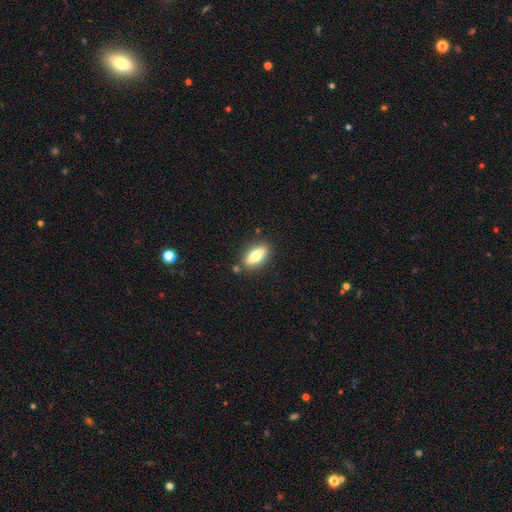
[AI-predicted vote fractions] The model was most divided on "smooth or featured": smooth: 71%, featured or disk: 22%, star or artifact: 7%. More confident: merging — none (82%); how rounded — in between (79%).